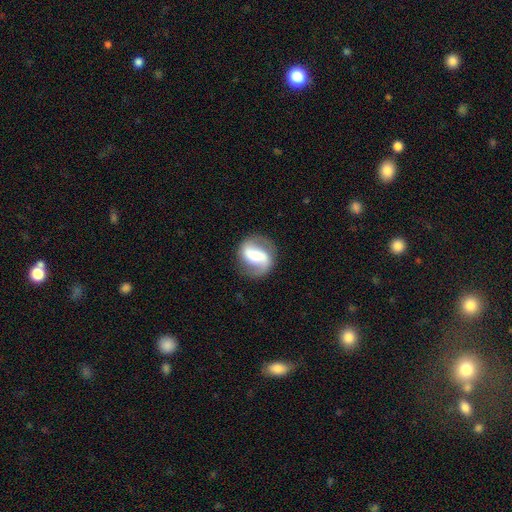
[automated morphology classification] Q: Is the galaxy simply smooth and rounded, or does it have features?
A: featured or disk — 79%.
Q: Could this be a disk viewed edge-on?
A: no — 97%.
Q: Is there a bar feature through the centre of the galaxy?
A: strong — 46%.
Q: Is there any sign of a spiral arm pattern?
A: yes — 91%.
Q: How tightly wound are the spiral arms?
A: loose — 42%.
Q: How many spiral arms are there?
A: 2 — 90%.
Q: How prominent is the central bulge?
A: moderate — 50%.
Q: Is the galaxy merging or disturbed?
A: none — 80%.